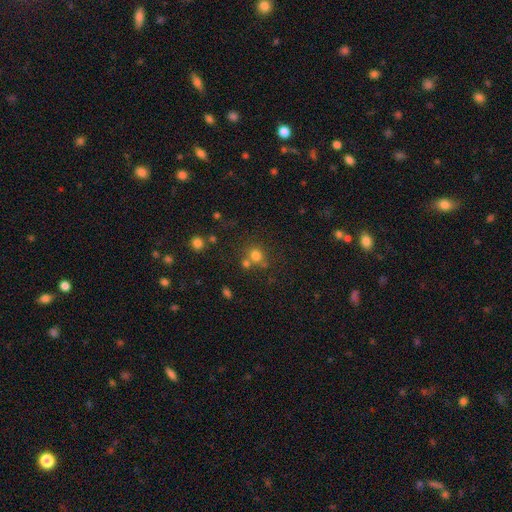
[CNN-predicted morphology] smooth_or_featured: smooth (p=0.75) [alt: star or artifact p=0.17]
how_rounded: round (p=0.83) [alt: in between p=0.16]
merging: none (p=0.59) [alt: merger p=0.27]